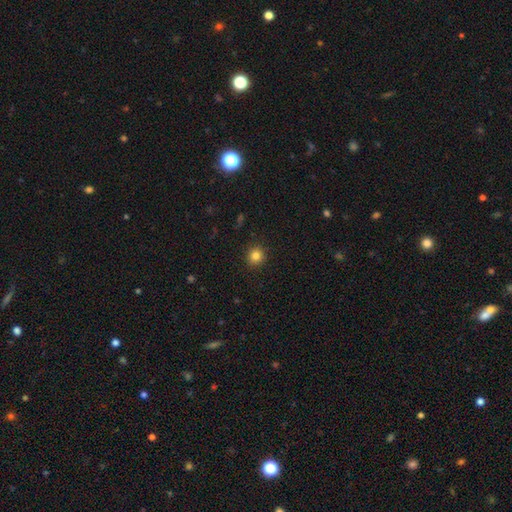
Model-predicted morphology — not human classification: Smooth or featured? smooth (83%)
How rounded? round (90%)
Merging? none (91%)